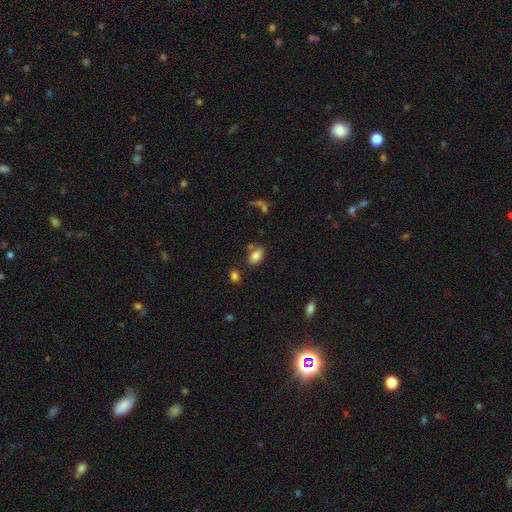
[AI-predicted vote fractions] This is clearly a smooth galaxy (83%). How rounded: clearly in between (90%). Merging: likely none (73%).